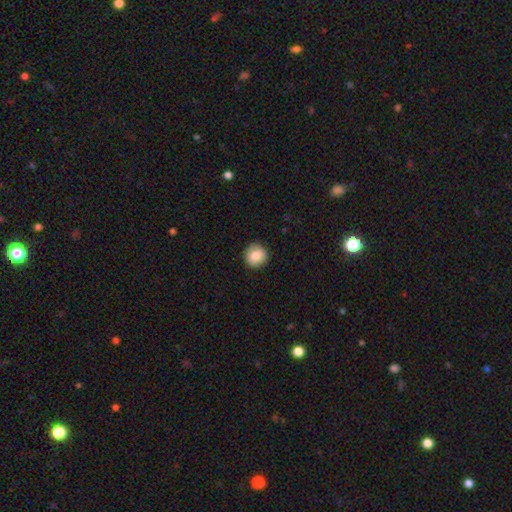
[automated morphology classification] smooth 84%, star or artifact 8%, featured or disk 8%. Down the decision tree: how rounded — round (94%); merging — none (90%).